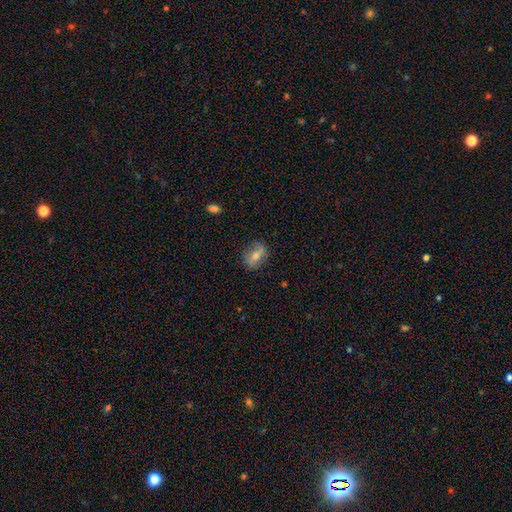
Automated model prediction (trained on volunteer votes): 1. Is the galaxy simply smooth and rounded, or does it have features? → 47% smooth, 41% featured or disk, 12% star or artifact.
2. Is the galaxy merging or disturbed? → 77% none, 17% minor disturbance, 4% major disturbance, 2% merger.